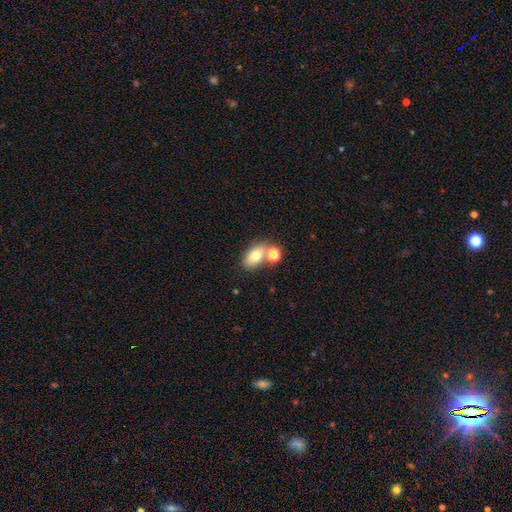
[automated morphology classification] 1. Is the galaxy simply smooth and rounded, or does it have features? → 74% smooth, 15% featured or disk, 10% star or artifact.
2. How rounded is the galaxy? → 81% in between, 16% round, 3% cigar-shaped.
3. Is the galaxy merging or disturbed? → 55% none, 29% merger, 12% minor disturbance, 4% major disturbance.